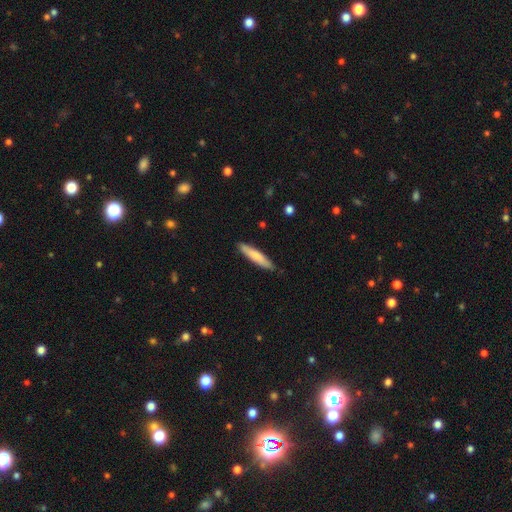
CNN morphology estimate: Smooth or featured?
  - smooth: 75% *
  - featured or disk: 20%
  - star or artifact: 5%
How rounded?
  - cigar-shaped: 88% *
  - in between: 11%
  - round: 1%
Merging?
  - none: 88% *
  - minor disturbance: 10%
  - major disturbance: 2%
  - merger: 1%